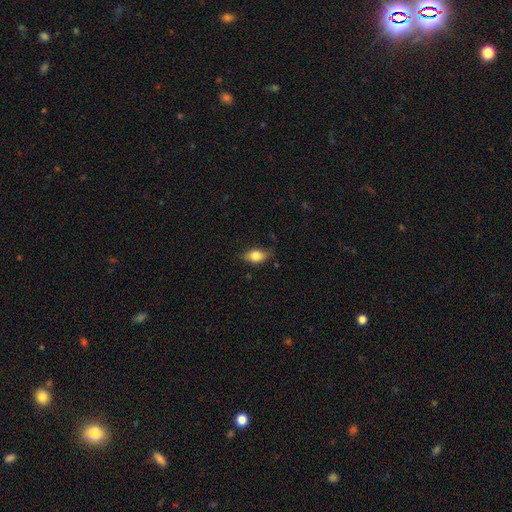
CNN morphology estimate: smooth_or_featured: smooth (p=0.77) [alt: featured or disk p=0.15]
how_rounded: in between (p=0.81) [alt: round p=0.14]
merging: none (p=0.73) [alt: minor disturbance p=0.21]